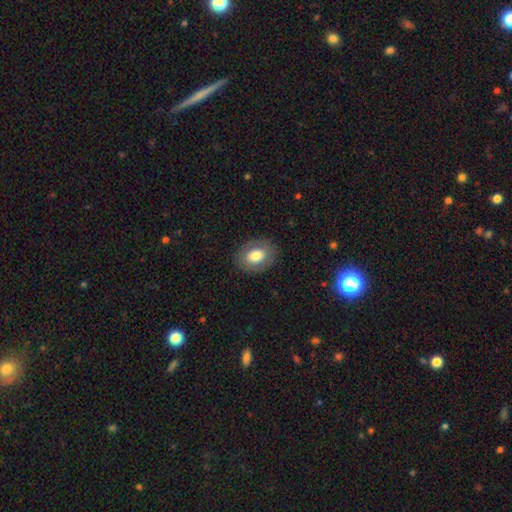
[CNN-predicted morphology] type=smooth (73%); roundness=in between (69%); merging=none (86%).